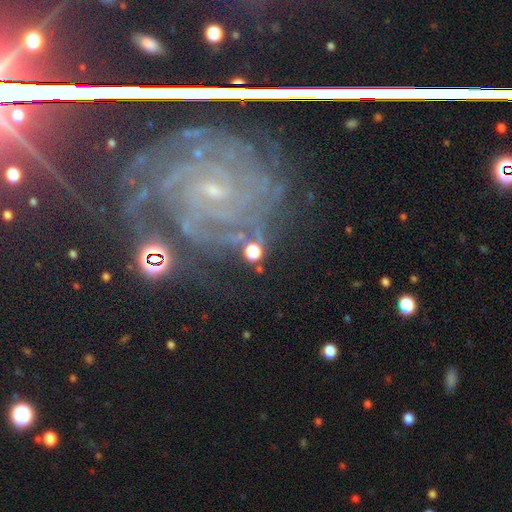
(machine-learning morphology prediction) Q: Smooth or featured?
A: featured or disk (69%); runner-up: star or artifact (22%)
Q: Edge-on disk?
A: no (95%); runner-up: yes (5%)
Q: Bar?
A: no (64%); runner-up: weak (25%)
Q: Spiral arms?
A: yes (97%); runner-up: no (3%)
Q: Spiral winding?
A: tight (79%); runner-up: medium (17%)
Q: Spiral arm count?
A: can't tell (25%); runner-up: 3 (18%)
Q: Bulge size?
A: small (82%); runner-up: moderate (13%)
Q: Merging?
A: none (76%); runner-up: minor disturbance (15%)